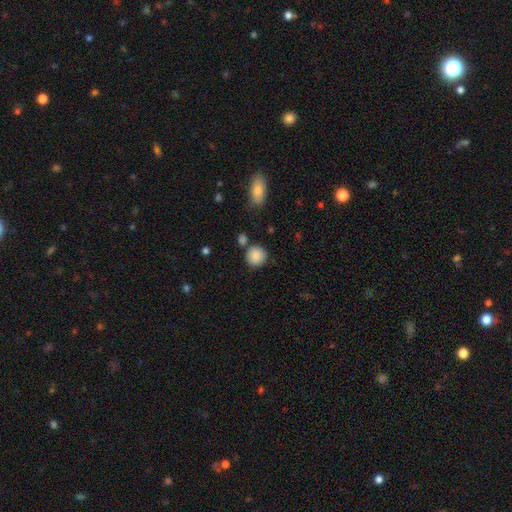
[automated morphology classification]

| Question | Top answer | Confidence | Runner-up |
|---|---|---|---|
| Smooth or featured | smooth | 88% | star or artifact (8%) |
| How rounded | round | 90% | in between (9%) |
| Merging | none | 79% | minor disturbance (10%) |